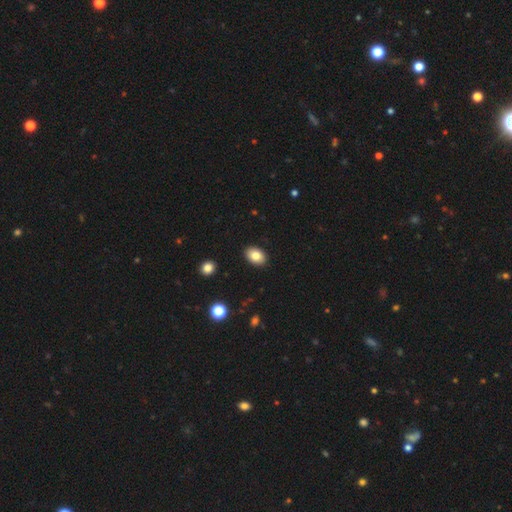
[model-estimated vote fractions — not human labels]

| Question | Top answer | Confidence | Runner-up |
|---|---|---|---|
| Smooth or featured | smooth | 83% | featured or disk (8%) |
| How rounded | in between | 83% | round (16%) |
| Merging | none | 90% | minor disturbance (7%) |